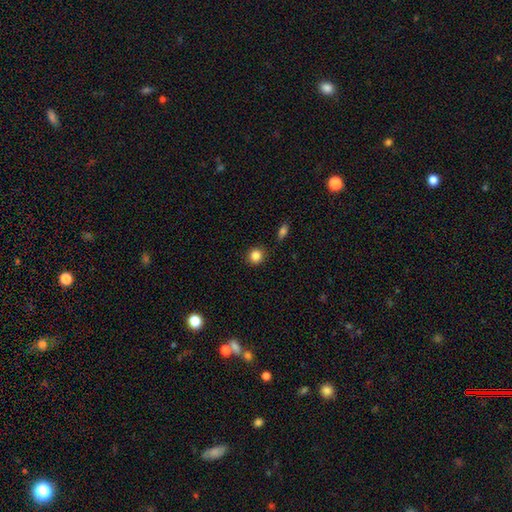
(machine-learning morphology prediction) Smooth or featured?
  - smooth: 85% *
  - star or artifact: 11%
  - featured or disk: 4%
How rounded?
  - round: 89% *
  - in between: 10%
  - cigar-shaped: 1%
Merging?
  - none: 88% *
  - minor disturbance: 8%
  - merger: 2%
  - major disturbance: 2%